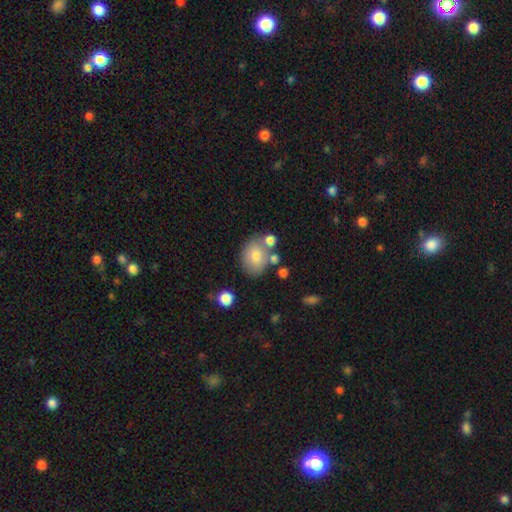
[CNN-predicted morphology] The model was most divided on "how rounded": in between: 61%, round: 38%, cigar-shaped: 1%. More confident: smooth or featured — smooth (74%); merging — none (61%).